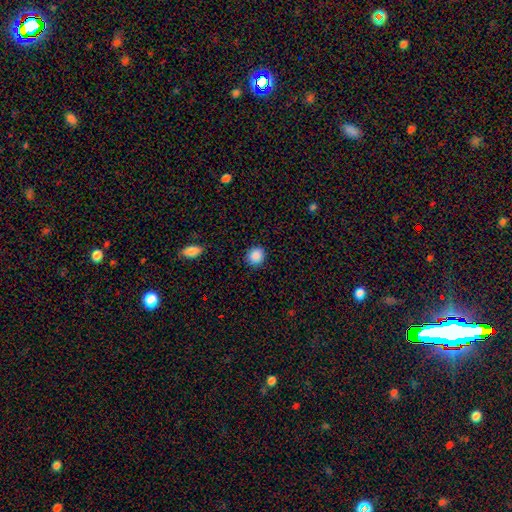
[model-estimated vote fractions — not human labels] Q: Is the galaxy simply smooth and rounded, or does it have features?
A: smooth — 88%.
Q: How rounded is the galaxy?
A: round — 87%.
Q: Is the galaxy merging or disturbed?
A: none — 89%.